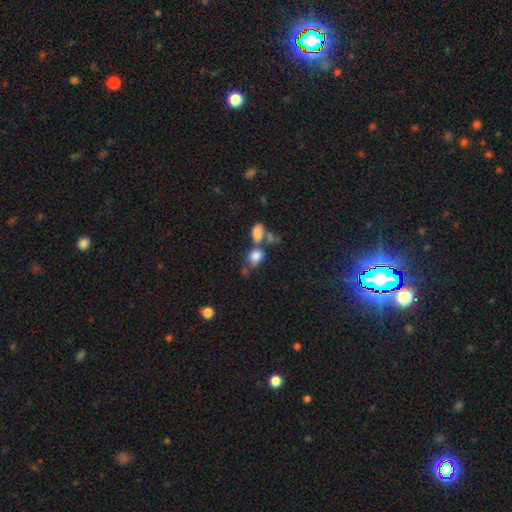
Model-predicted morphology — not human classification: Smooth or featured? Predicted: smooth (p=0.80). How rounded? Predicted: in between (p=0.54). Merging? Predicted: merger (p=0.43).